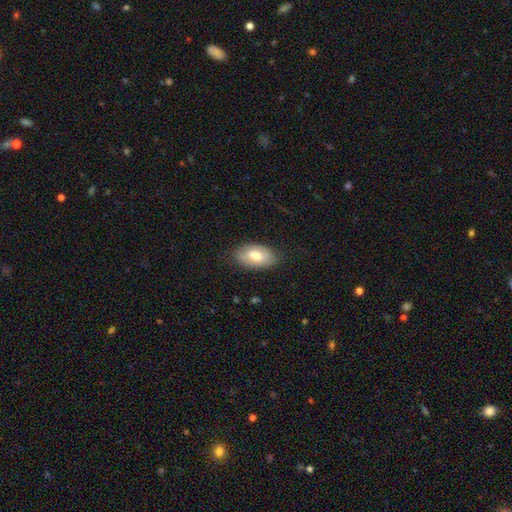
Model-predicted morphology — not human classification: This is possibly a smooth galaxy (60%). How rounded: clearly in between (93%). Merging: likely none (79%).